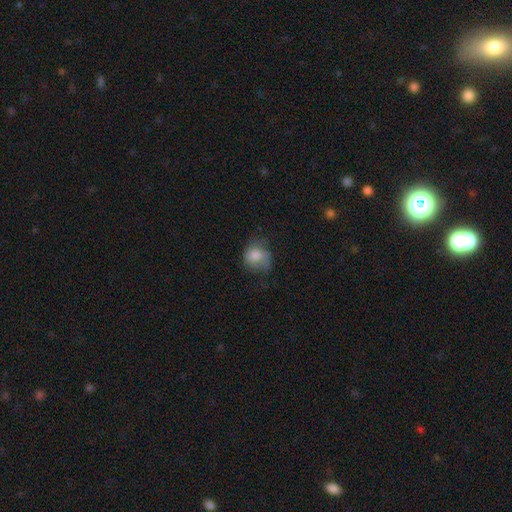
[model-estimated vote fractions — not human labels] A smooth galaxy with no disk features (74%) that is round (66%).

Vote fractions:
- Smooth or featured? smooth: 74% / featured or disk: 17% / star or artifact: 9%
- How rounded? round: 66% / in between: 34% / cigar-shaped: 1%
- Merging? none: 45% / minor disturbance: 31% / major disturbance: 22% / merger: 2%